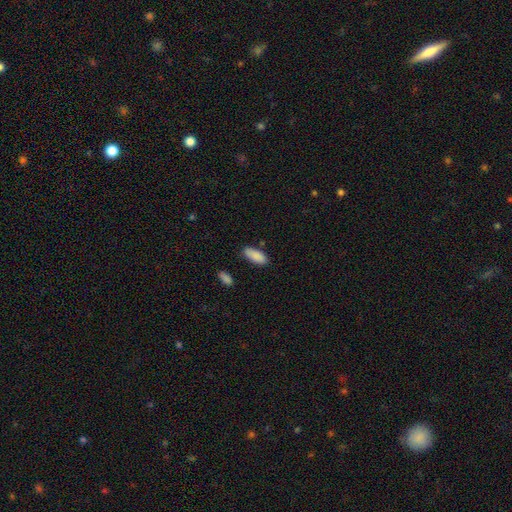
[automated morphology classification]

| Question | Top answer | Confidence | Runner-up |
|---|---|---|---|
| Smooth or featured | smooth | 89% | star or artifact (6%) |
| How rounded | in between | 82% | cigar-shaped (16%) |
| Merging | none | 81% | minor disturbance (13%) |